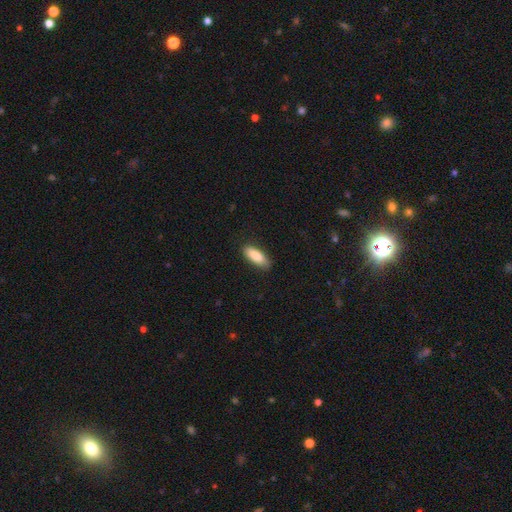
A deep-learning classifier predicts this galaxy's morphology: A smooth galaxy with no disk features (85%) that is in between round and cigar-shaped (69%).

Vote fractions:
- Smooth or featured? smooth: 85% / featured or disk: 9% / star or artifact: 6%
- How rounded? in between: 69% / cigar-shaped: 29% / round: 2%
- Merging? none: 85% / minor disturbance: 12% / major disturbance: 2% / merger: 1%